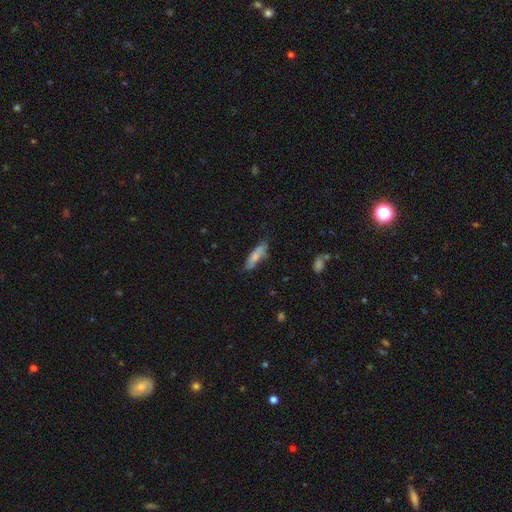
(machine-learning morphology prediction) This appears to be a smooth galaxy with no disk features (75%) that is cigar-shaped (60%). Merging: none (64%).